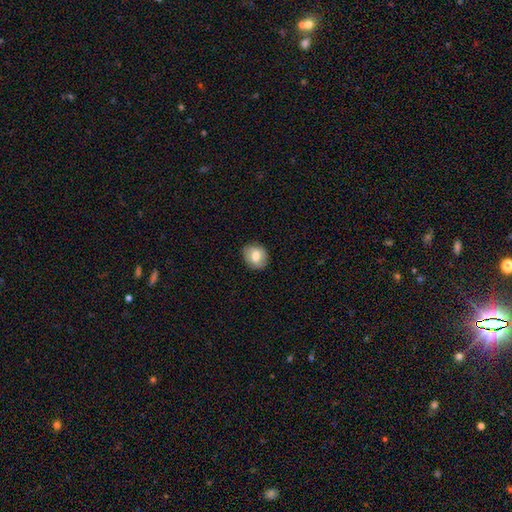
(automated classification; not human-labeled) Smooth or featured? smooth (70%)
How rounded? round (59%)
Merging? none (84%)